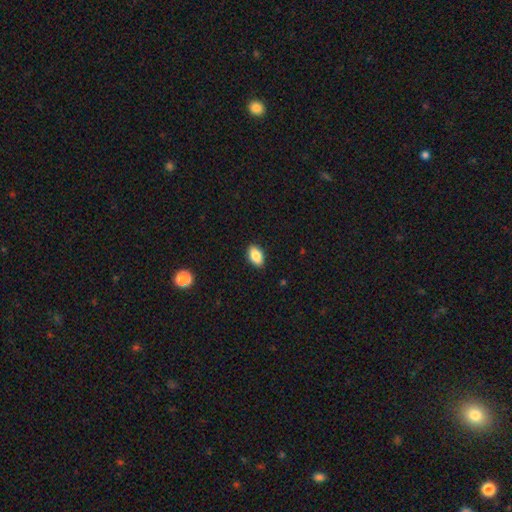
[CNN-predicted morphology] Overall: smooth (86%). How rounded: in between (91%). Merging: none (89%).